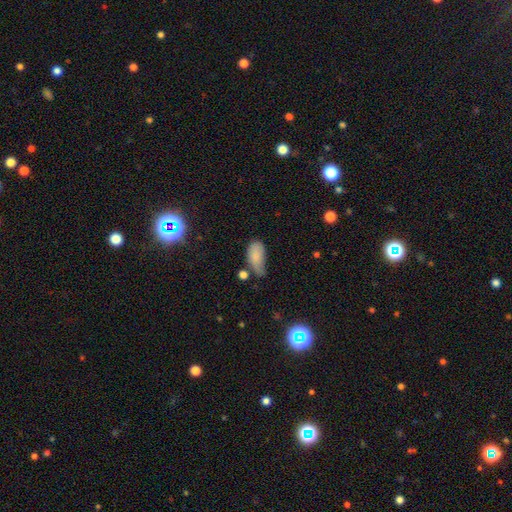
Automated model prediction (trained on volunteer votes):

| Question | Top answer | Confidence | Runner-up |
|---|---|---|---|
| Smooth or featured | smooth | 82% | featured or disk (9%) |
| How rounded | in between | 92% | round (4%) |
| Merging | minor disturbance | 42% | none (29%) |